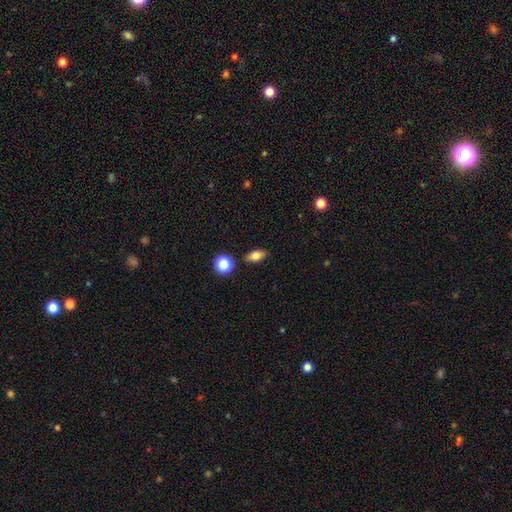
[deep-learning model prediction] Q: Smooth or featured?
A: smooth (78%); runner-up: featured or disk (12%)
Q: How rounded?
A: in between (81%); runner-up: round (11%)
Q: Merging?
A: none (86%); runner-up: minor disturbance (9%)